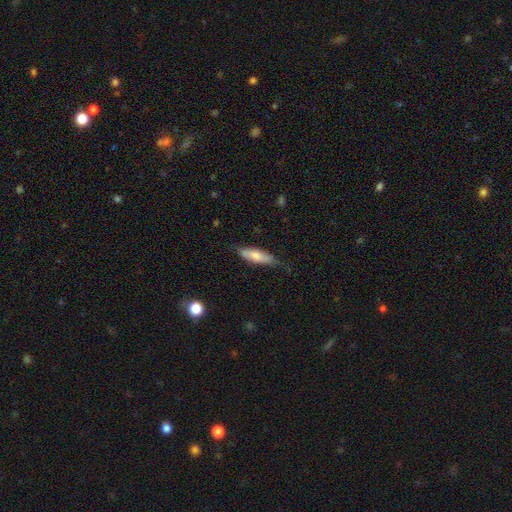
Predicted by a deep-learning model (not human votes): Smooth or featured? smooth (68%)
How rounded? cigar-shaped (53%)
Merging? none (70%)